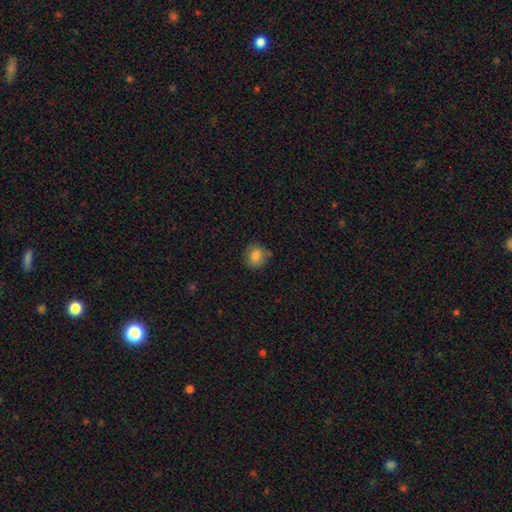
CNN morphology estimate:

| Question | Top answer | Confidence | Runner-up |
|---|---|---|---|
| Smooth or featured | smooth | 84% | star or artifact (10%) |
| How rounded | round | 87% | in between (12%) |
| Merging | none | 80% | minor disturbance (15%) |